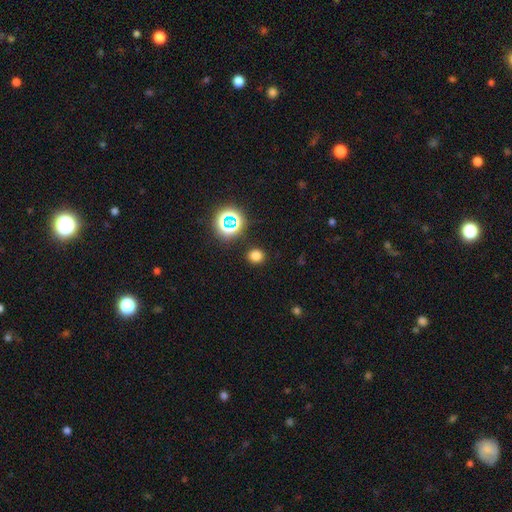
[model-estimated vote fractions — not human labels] A smooth galaxy with no disk features (73%) that is round (82%). Merging: none (89%).